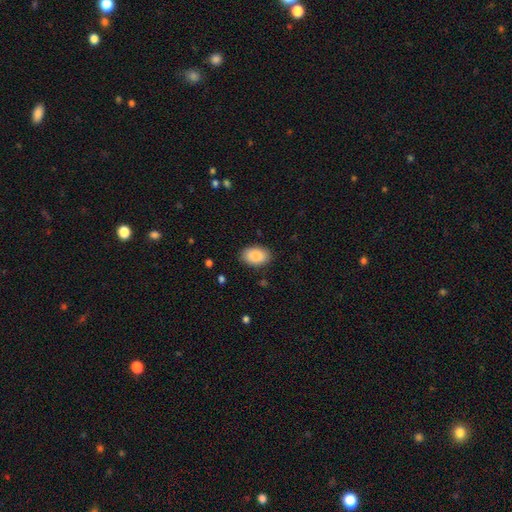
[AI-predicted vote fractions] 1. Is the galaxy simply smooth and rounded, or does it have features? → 90% smooth, 6% star or artifact, 4% featured or disk.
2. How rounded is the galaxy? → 92% in between, 7% round, 1% cigar-shaped.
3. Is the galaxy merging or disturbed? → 88% none, 9% minor disturbance, 2% major disturbance, 1% merger.